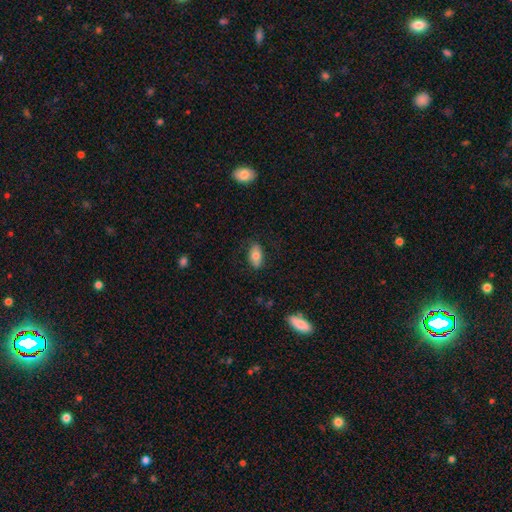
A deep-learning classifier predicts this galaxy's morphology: A smooth galaxy with no disk features (75%) that is in between round and cigar-shaped (90%). Merging: none (82%).